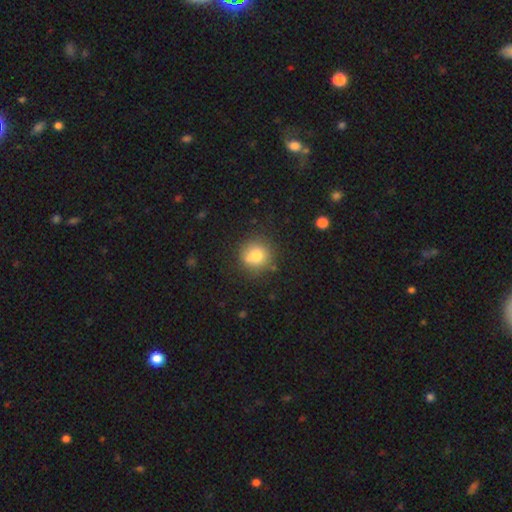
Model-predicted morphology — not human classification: Smooth or featured?
  - smooth: 77% *
  - star or artifact: 12%
  - featured or disk: 11%
How rounded?
  - round: 91% *
  - in between: 8%
  - cigar-shaped: 1%
Merging?
  - none: 81% *
  - minor disturbance: 12%
  - merger: 4%
  - major disturbance: 3%